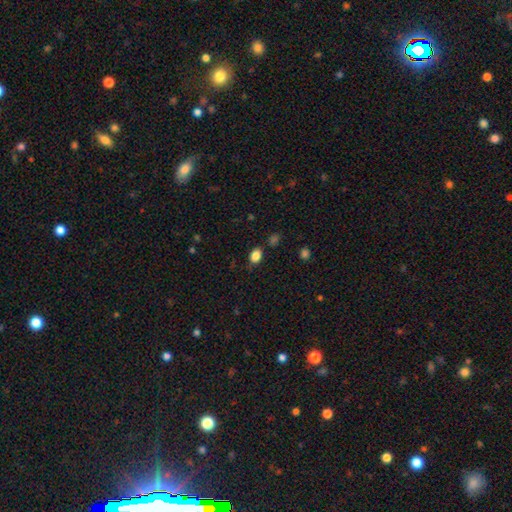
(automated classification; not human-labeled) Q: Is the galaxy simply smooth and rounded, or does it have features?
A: smooth — 85%.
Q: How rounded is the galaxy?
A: in between — 72%.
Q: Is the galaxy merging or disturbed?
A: none — 82%.